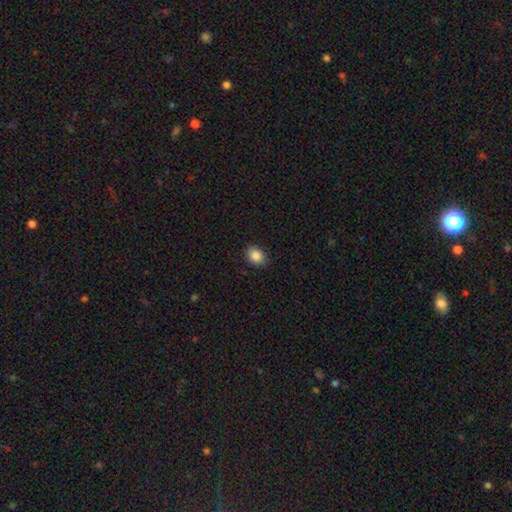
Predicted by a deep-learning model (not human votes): This appears to be a smooth galaxy with no disk features (87%) that is round (50%). Merging: none (88%).